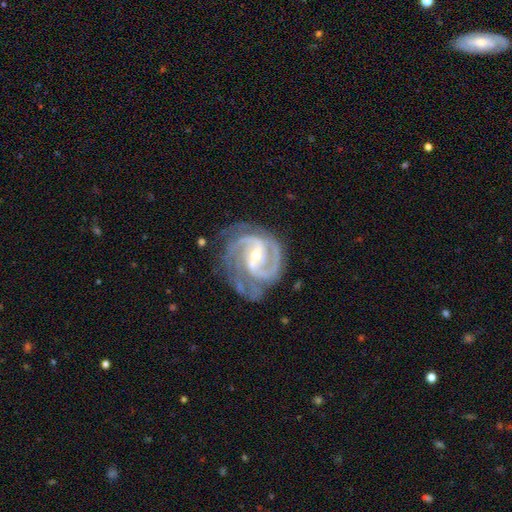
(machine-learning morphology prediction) Q: Smooth or featured?
A: featured or disk (93%); runner-up: star or artifact (4%)
Q: Edge-on disk?
A: no (98%); runner-up: yes (2%)
Q: Bar?
A: weak (43%); runner-up: strong (38%)
Q: Spiral arms?
A: yes (98%); runner-up: no (2%)
Q: Spiral winding?
A: medium (49%); runner-up: tight (44%)
Q: Spiral arm count?
A: 2 (50%); runner-up: 3 (29%)
Q: Bulge size?
A: small (59%); runner-up: moderate (38%)
Q: Merging?
A: none (67%); runner-up: minor disturbance (21%)